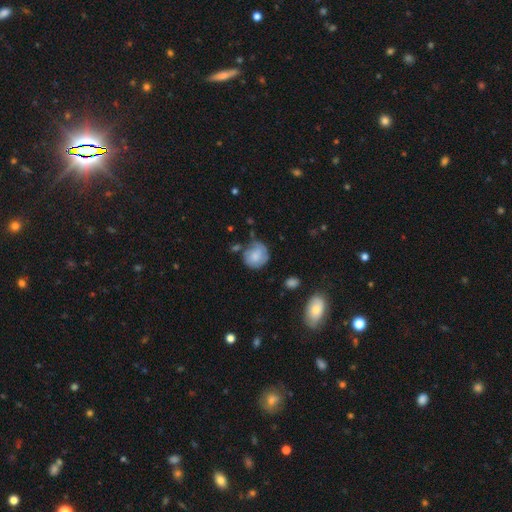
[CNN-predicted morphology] smooth 64%, featured or disk 29%, star or artifact 8%. Down the decision tree: how rounded — round (80%); merging — none (55%).